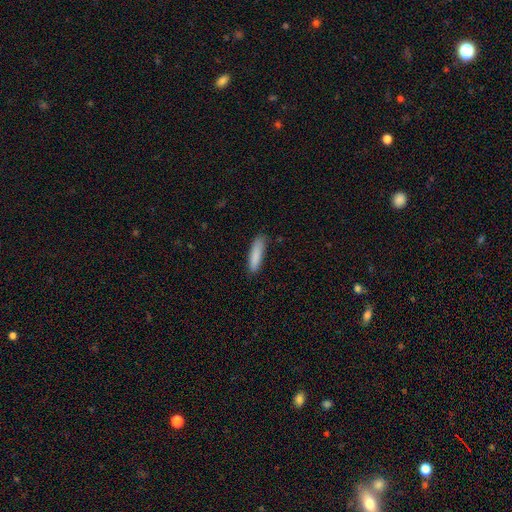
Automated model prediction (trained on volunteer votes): The model was most divided on "how rounded": cigar-shaped: 75%, in between: 24%, round: 1%. More confident: smooth or featured — smooth (87%); merging — none (81%).